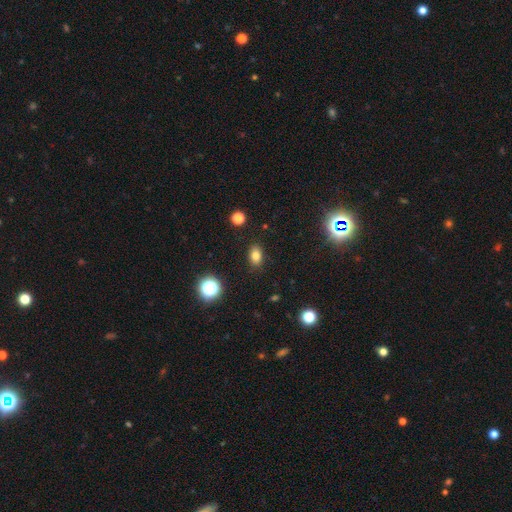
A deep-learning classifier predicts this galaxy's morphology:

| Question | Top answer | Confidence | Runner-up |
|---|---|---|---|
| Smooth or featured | smooth | 80% | star or artifact (14%) |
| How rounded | in between | 80% | round (18%) |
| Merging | none | 87% | minor disturbance (9%) |